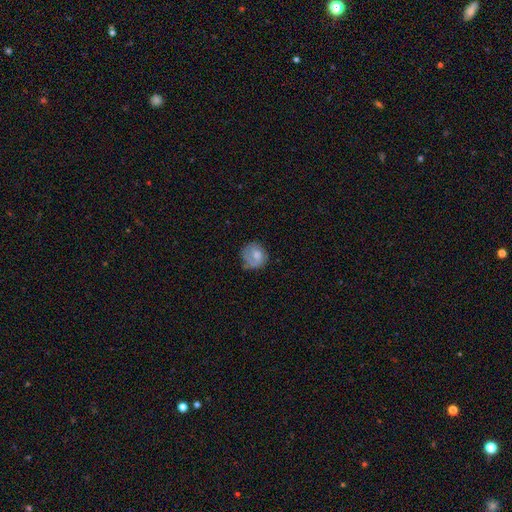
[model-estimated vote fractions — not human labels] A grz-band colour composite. It shows a smooth galaxy with no disk features (59%) that is round (81%). Merging: none (62%).